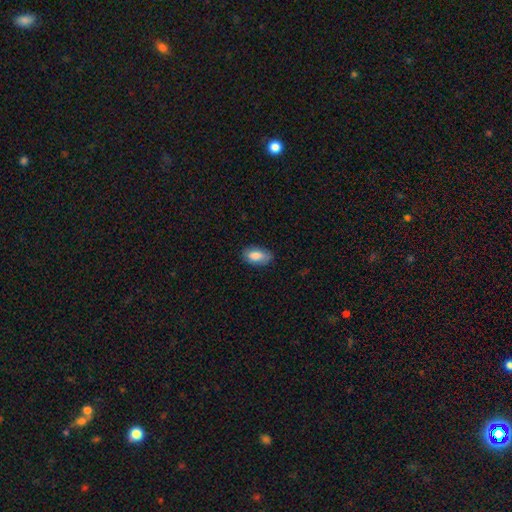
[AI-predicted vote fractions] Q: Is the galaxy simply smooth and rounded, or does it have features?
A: smooth — 80%.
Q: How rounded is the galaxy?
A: in between — 92%.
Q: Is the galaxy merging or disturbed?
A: none — 78%.